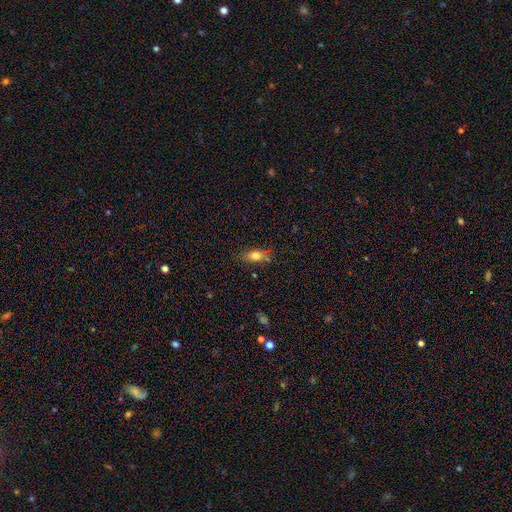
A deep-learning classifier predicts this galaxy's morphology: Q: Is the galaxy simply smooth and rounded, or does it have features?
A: smooth — 76%.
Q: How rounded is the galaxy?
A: in between — 79%.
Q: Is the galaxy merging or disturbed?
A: none — 74%.